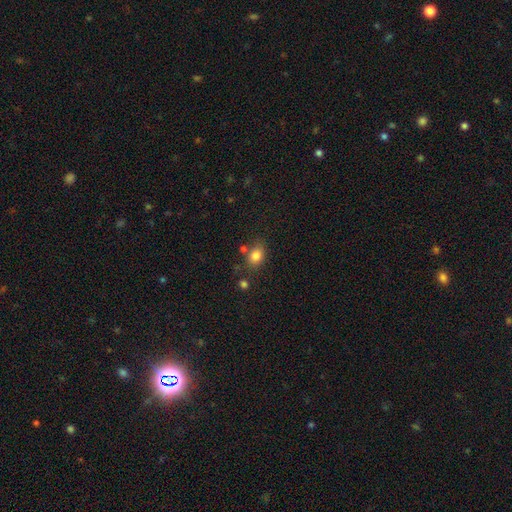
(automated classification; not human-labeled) Morphology: type=smooth (82%); roundness=in between (66%); merging=none (69%).